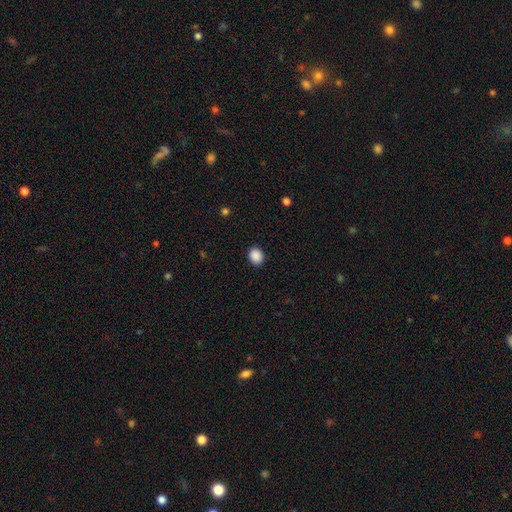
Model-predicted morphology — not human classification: A smooth galaxy with no disk features (89%) that is round (59%). Merging: none (91%).